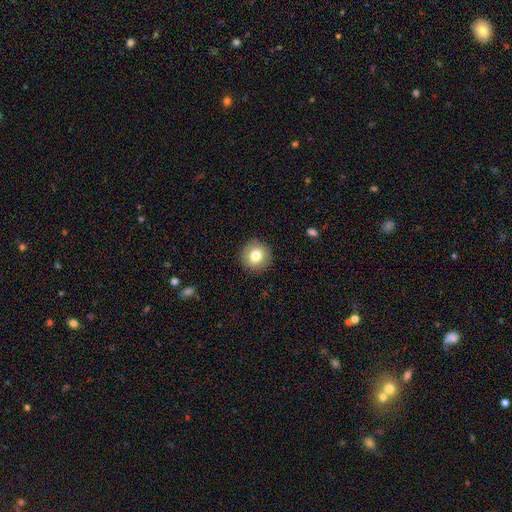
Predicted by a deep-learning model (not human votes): Smooth or featured?
  - smooth: 79% *
  - featured or disk: 12%
  - star or artifact: 9%
How rounded?
  - round: 93% *
  - in between: 6%
  - cigar-shaped: 1%
Merging?
  - none: 91% *
  - minor disturbance: 6%
  - major disturbance: 2%
  - merger: 1%